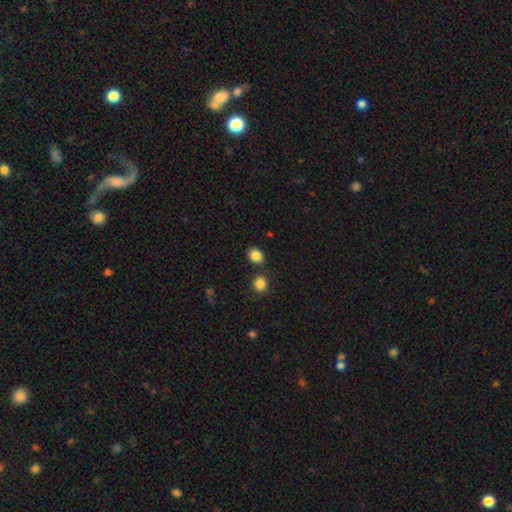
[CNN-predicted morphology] A smooth galaxy with no disk features (86%) that is round (57%). Merging: none (76%).